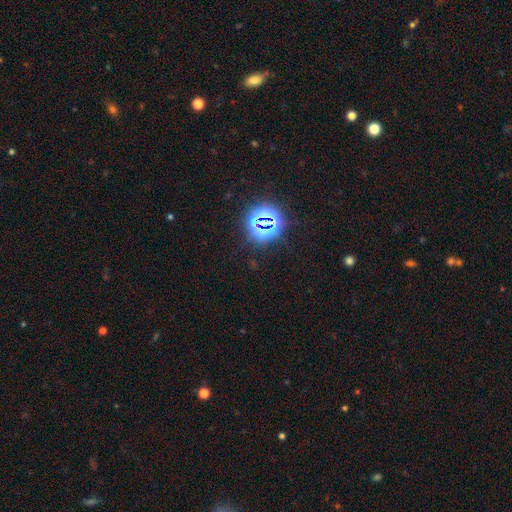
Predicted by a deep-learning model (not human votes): This appears to be a star or artifact, not a galaxy (82%).